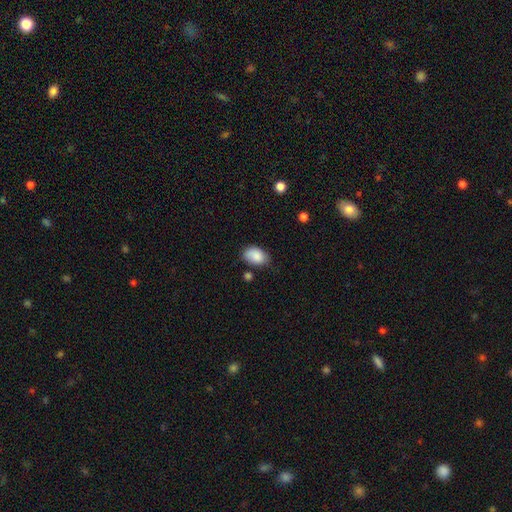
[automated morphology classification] type=smooth (87%); roundness=in between (89%); merging=none (68%).